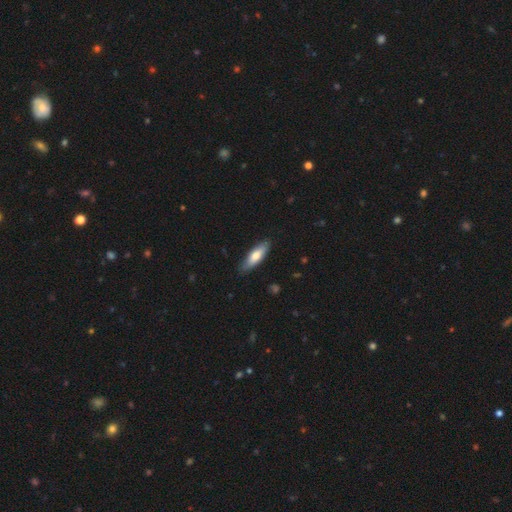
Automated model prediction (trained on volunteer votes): The model was most divided on "how rounded": cigar-shaped: 50%, in between: 48%, round: 2%. More confident: merging — none (85%); smooth or featured — smooth (69%).